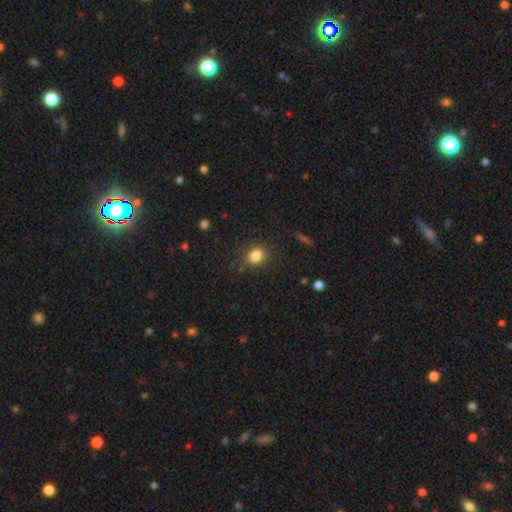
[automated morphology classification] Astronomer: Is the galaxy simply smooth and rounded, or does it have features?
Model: smooth — 83%.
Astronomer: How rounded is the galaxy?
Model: round — 60% (runner-up: in between, 39%).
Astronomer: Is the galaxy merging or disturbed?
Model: none — 84%.